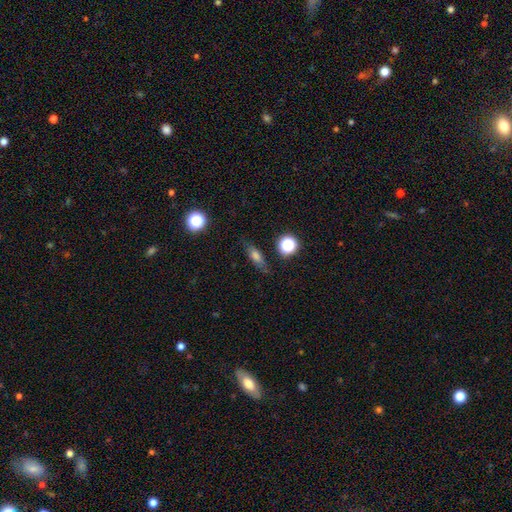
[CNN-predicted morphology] smooth_or_featured: smooth (p=0.66) [alt: featured or disk p=0.21]
how_rounded: in between (p=0.51) [alt: cigar-shaped p=0.38]
merging: none (p=0.78) [alt: minor disturbance p=0.15]